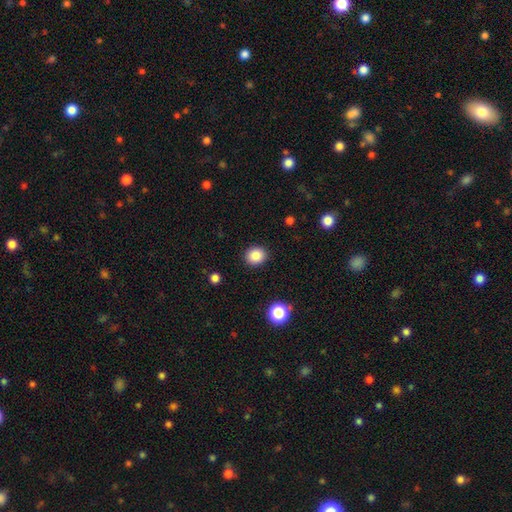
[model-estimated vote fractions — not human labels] This appears to be a smooth galaxy with no disk features (87%) that is round (75%). Merging: none (90%).